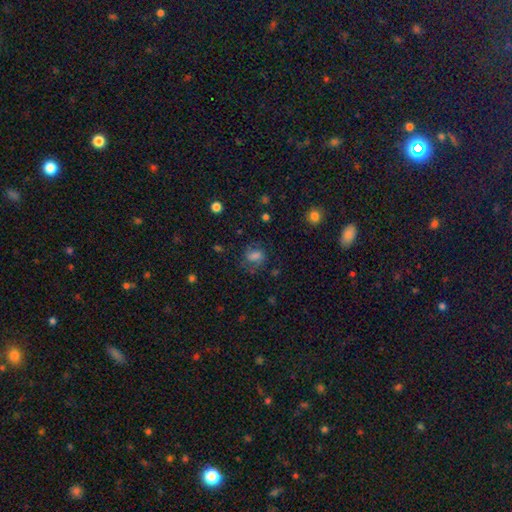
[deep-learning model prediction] Morphology: type=smooth (58%); roundness=in between (61%); merging=none (60%).